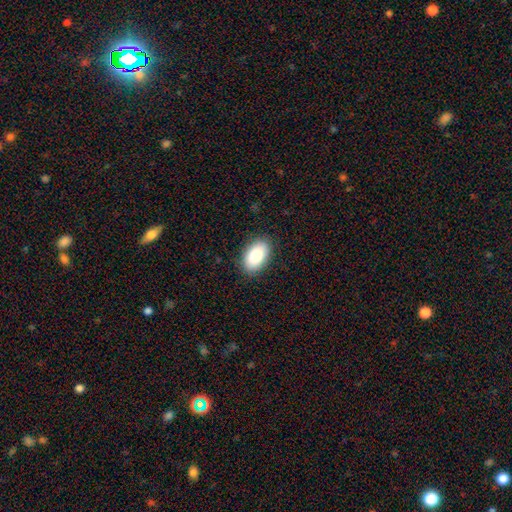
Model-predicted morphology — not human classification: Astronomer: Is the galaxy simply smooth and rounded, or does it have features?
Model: smooth — 86%.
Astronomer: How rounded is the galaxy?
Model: in between — 94%.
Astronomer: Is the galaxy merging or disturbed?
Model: none — 87%.